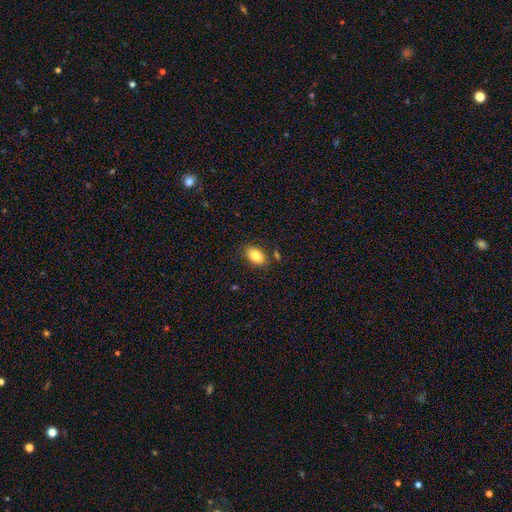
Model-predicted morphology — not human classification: A smooth galaxy with no disk features (85%) that is in between round and cigar-shaped (90%). Merging: none (83%).